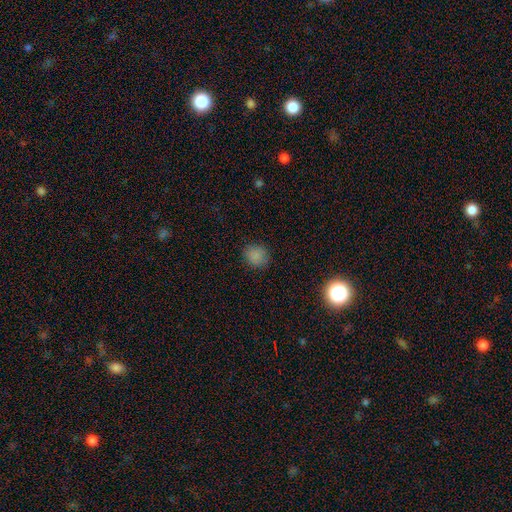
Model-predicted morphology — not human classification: Smooth or featured? smooth (84%)
How rounded? round (84%)
Merging? none (87%)